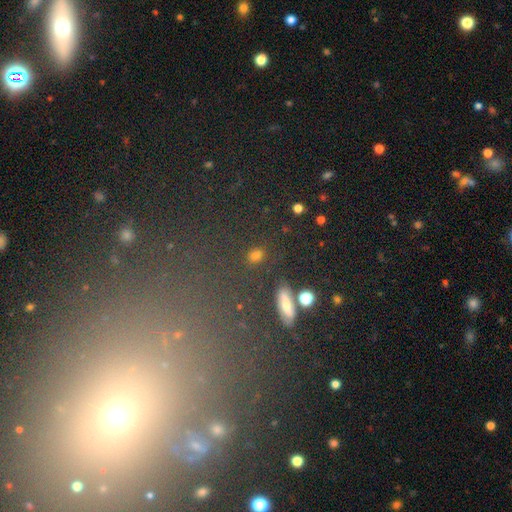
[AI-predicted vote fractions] Morphology: type=smooth (66%); roundness=round (45%); merging=none (83%).